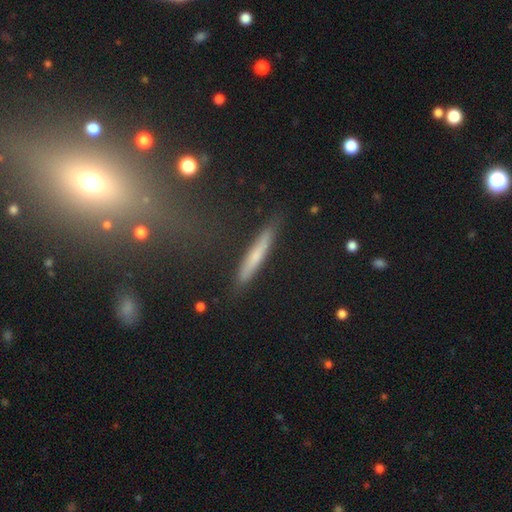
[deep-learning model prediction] Morphology: type=smooth (56%); roundness=cigar-shaped (94%); merging=none (87%).